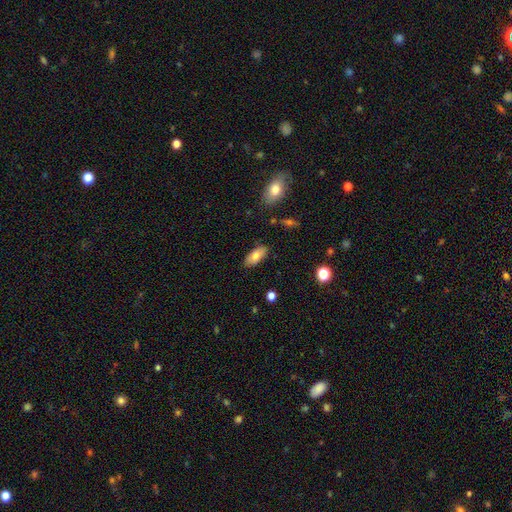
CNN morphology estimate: This is likely a smooth galaxy (76%). How rounded: clearly in between (89%). Merging: clearly none (86%).